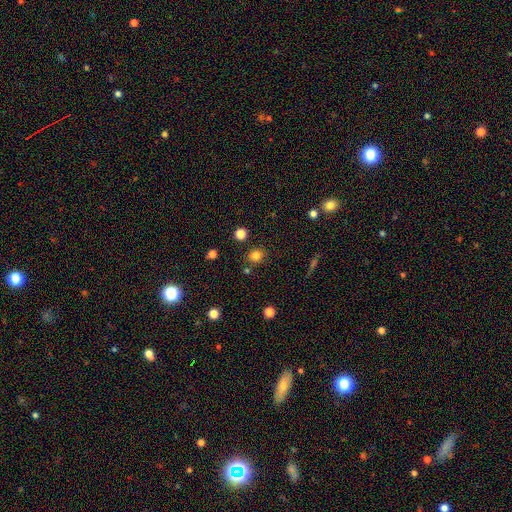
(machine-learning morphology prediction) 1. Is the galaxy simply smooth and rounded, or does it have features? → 81% smooth, 14% star or artifact, 6% featured or disk.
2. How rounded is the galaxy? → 77% round, 22% in between, 1% cigar-shaped.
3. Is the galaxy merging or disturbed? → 83% none, 9% minor disturbance, 5% merger, 3% major disturbance.